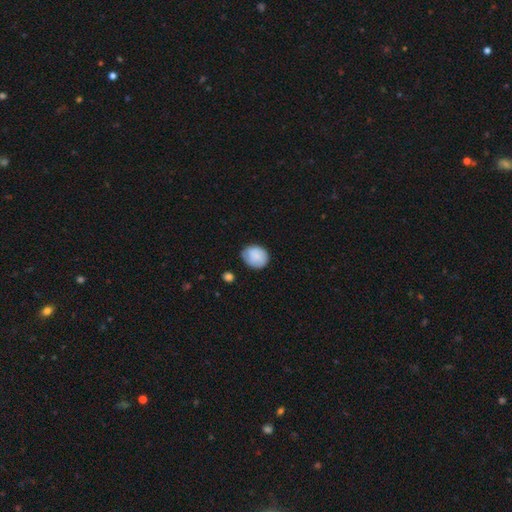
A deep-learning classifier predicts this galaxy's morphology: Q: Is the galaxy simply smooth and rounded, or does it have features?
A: smooth — 79%.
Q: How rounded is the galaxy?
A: round — 65%.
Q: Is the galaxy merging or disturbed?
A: none — 66%.